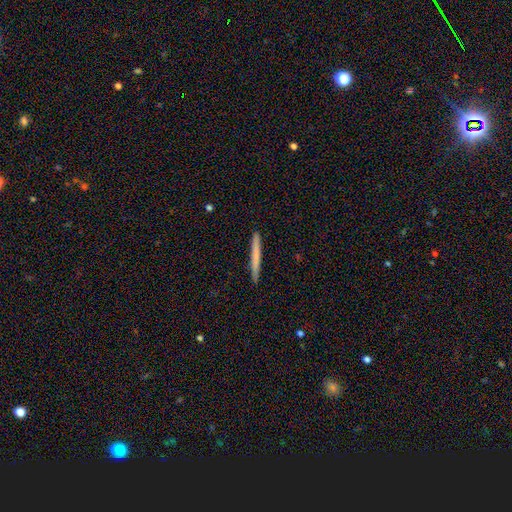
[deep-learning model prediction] A smooth galaxy with no disk features (67%) that is cigar-shaped (97%). Merging: none (92%).